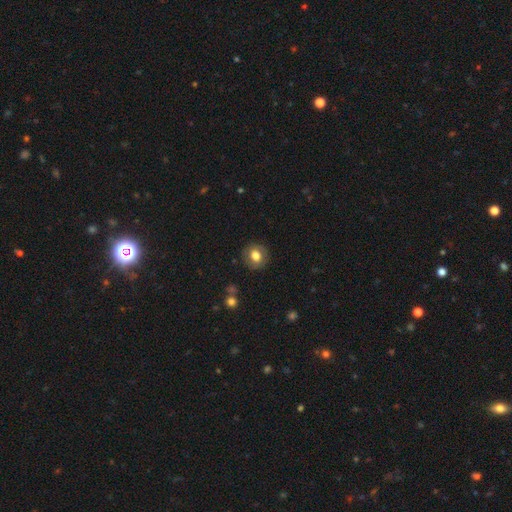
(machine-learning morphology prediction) Smooth or featured?
  - smooth: 75% *
  - featured or disk: 16%
  - star or artifact: 9%
How rounded?
  - round: 85% *
  - in between: 15%
  - cigar-shaped: 1%
Merging?
  - none: 87% *
  - minor disturbance: 9%
  - major disturbance: 3%
  - merger: 1%